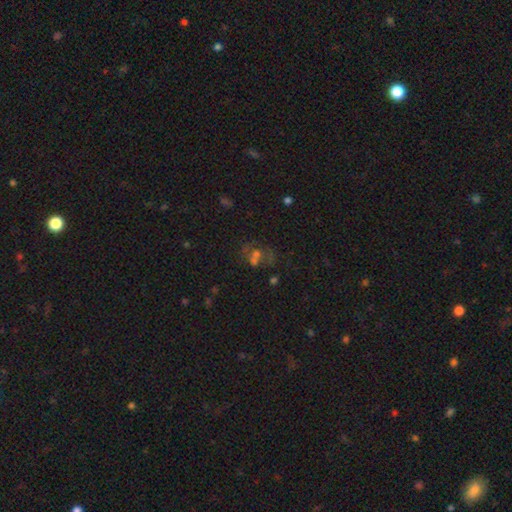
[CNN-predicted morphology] Smooth or featured? star or artifact (36%)